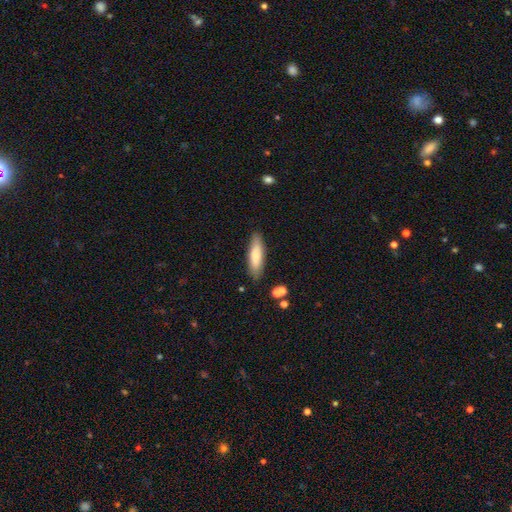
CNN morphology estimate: The model was most divided on "how rounded": cigar-shaped: 61%, in between: 38%, round: 1%. More confident: merging — none (84%); smooth or featured — smooth (79%).